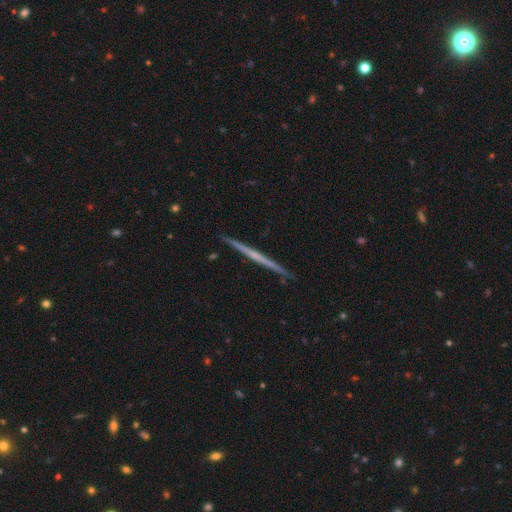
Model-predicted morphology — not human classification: Smooth or featured?
  - featured or disk: 67% *
  - smooth: 27%
  - star or artifact: 6%
Edge-on disk?
  - yes: 98% *
  - no: 2%
Edge-on bulge?
  - none: 80% *
  - rounded: 15%
  - boxy: 5%
Merging?
  - none: 92% *
  - minor disturbance: 5%
  - major disturbance: 1%
  - merger: 1%